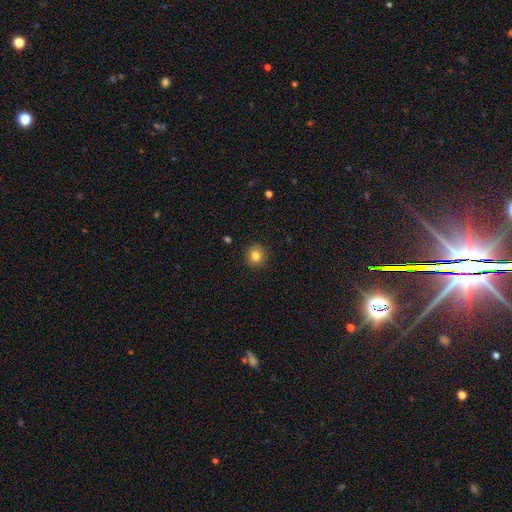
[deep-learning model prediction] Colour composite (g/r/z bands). It shows a smooth galaxy with no disk features (82%) that is round (93%). Merging: none (91%).